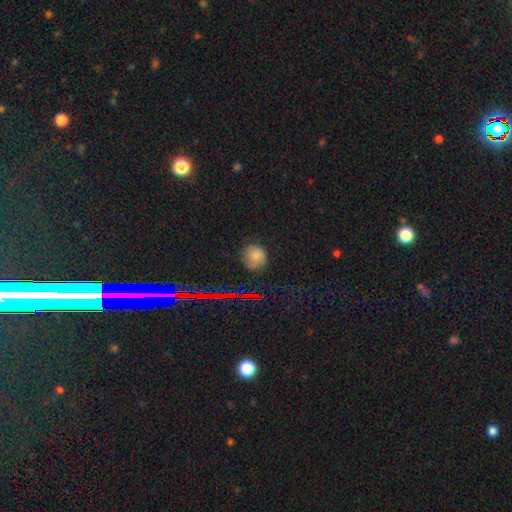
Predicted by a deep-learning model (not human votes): Q: Smooth or featured?
A: smooth (76%); runner-up: star or artifact (16%)
Q: How rounded?
A: round (83%); runner-up: in between (16%)
Q: Merging?
A: none (71%); runner-up: minor disturbance (21%)